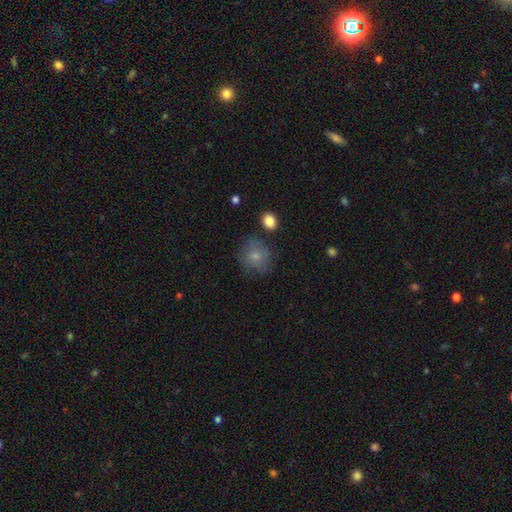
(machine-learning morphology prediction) Smooth or featured? Predicted: smooth (p=0.75). How rounded? Predicted: round (p=0.77). Merging? Predicted: none (p=0.67).